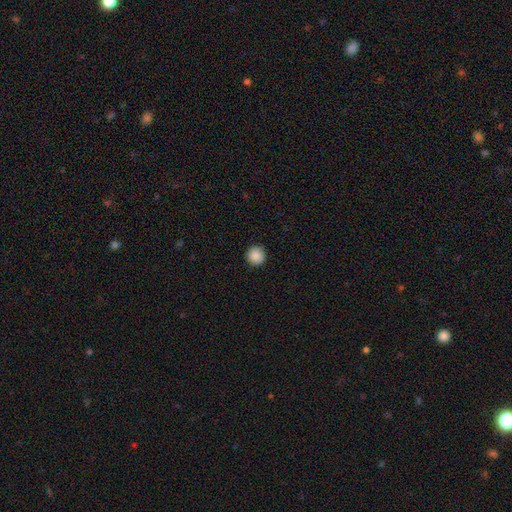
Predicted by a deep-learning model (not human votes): Smooth or featured: smooth — 89% (star or artifact — 8%)
How rounded: round — 95% (in between — 4%)
Merging: none — 91% (minor disturbance — 6%)